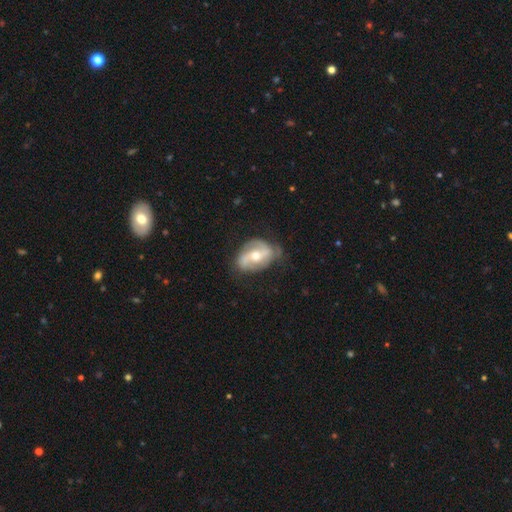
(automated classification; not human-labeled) Smooth or featured: featured or disk — 78% (smooth — 16%)
Edge-on disk: no — 96% (yes — 4%)
Bar: no — 36% (weak — 34%)
Spiral arms: yes — 89% (no — 11%)
Spiral winding: medium — 41% (loose — 37%)
Spiral arm count: 2 — 76% (can't tell — 10%)
Bulge size: moderate — 62% (small — 34%)
Merging: none — 63% (minor disturbance — 25%)